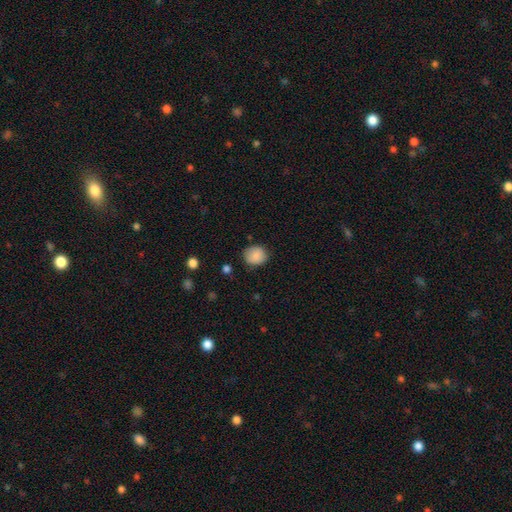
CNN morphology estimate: The model was most divided on "how rounded": round: 75%, in between: 24%, cigar-shaped: 1%. More confident: smooth or featured — smooth (87%); merging — none (81%).